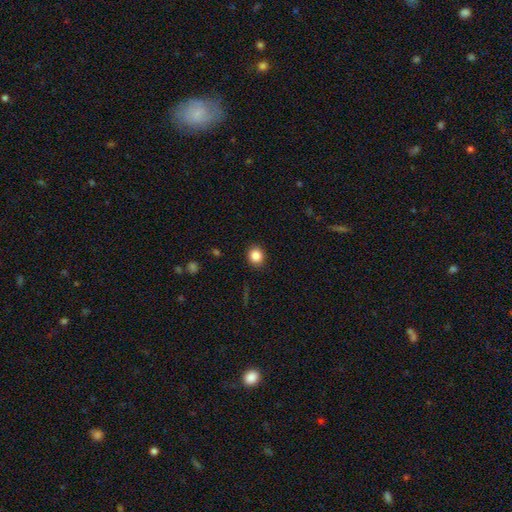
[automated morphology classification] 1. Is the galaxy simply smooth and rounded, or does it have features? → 86% smooth, 10% star or artifact, 5% featured or disk.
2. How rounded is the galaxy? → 77% round, 22% in between, 1% cigar-shaped.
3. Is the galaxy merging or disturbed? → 90% none, 7% minor disturbance, 2% major disturbance, 1% merger.